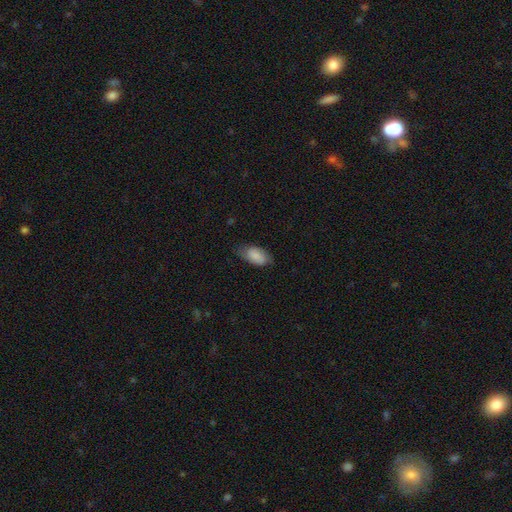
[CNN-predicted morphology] Smooth or featured? smooth (77%)
How rounded? in between (93%)
Merging? none (67%)